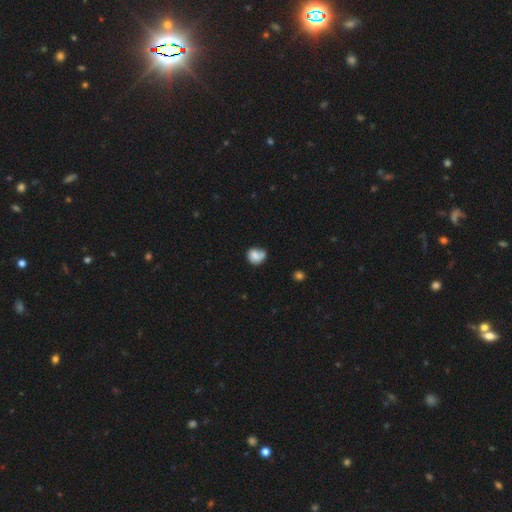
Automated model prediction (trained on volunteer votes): Smooth or featured? Predicted: smooth (p=0.67). How rounded? Predicted: round (p=0.66). Merging? Predicted: none (p=0.42).